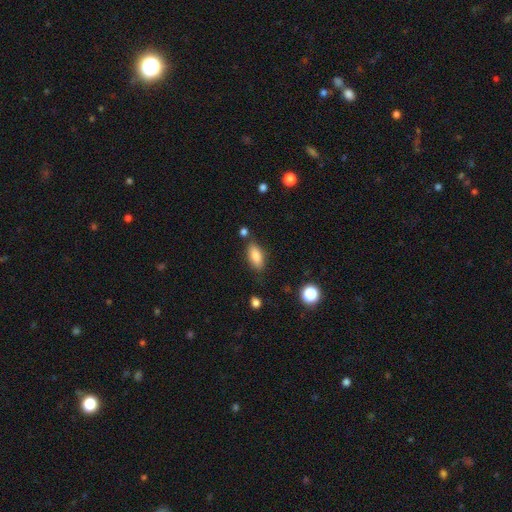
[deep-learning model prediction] Q: Smooth or featured?
A: smooth (85%); runner-up: featured or disk (8%)
Q: How rounded?
A: in between (86%); runner-up: cigar-shaped (11%)
Q: Merging?
A: none (79%); runner-up: minor disturbance (14%)